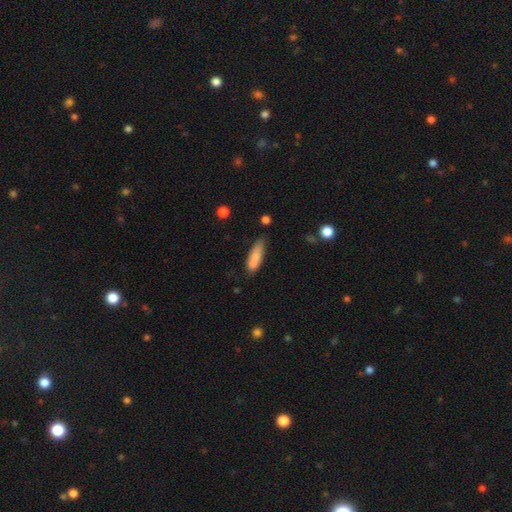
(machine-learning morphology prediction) smooth_or_featured: smooth (p=0.75) [alt: featured or disk p=0.18]
how_rounded: cigar-shaped (p=0.50) [alt: in between p=0.47]
merging: none (p=0.52) [alt: minor disturbance p=0.22]